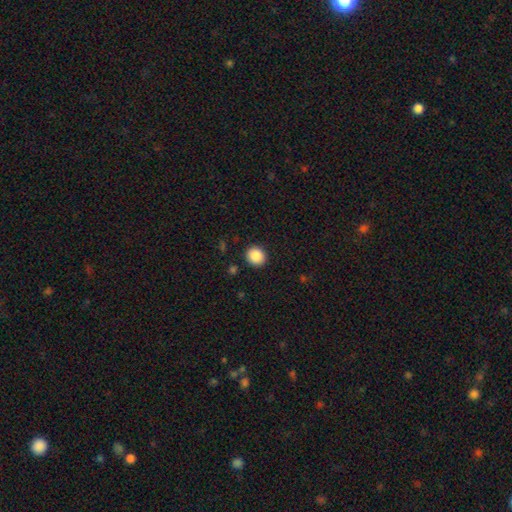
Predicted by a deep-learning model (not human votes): Smooth or featured? Predicted: smooth (p=0.88). How rounded? Predicted: round (p=0.85). Merging? Predicted: none (p=0.91).